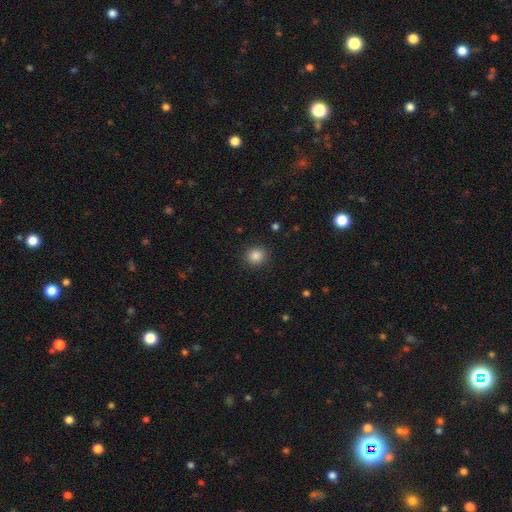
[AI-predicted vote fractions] This appears to be a smooth galaxy with no disk features (86%) that is round (89%). Merging: none (90%).